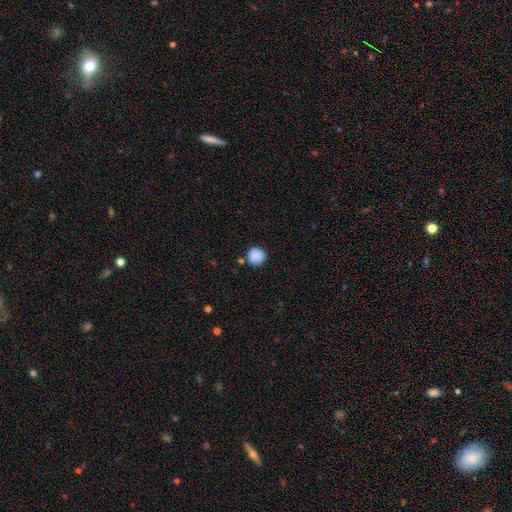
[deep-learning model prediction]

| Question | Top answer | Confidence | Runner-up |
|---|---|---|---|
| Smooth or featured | smooth | 88% | star or artifact (8%) |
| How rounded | round | 94% | in between (5%) |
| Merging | none | 80% | minor disturbance (12%) |